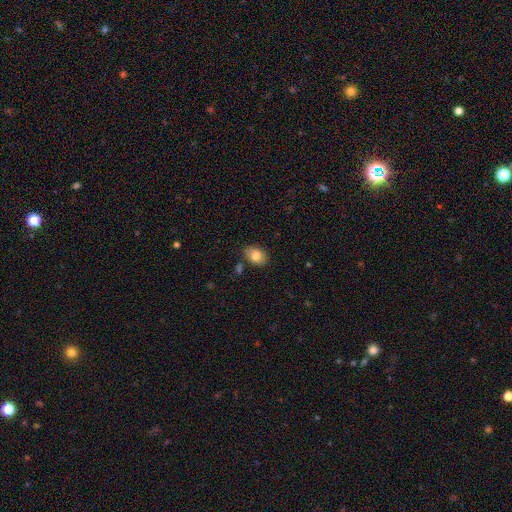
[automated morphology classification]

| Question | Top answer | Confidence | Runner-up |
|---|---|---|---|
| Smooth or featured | smooth | 78% | featured or disk (15%) |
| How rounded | in between | 79% | round (20%) |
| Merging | none | 77% | minor disturbance (15%) |